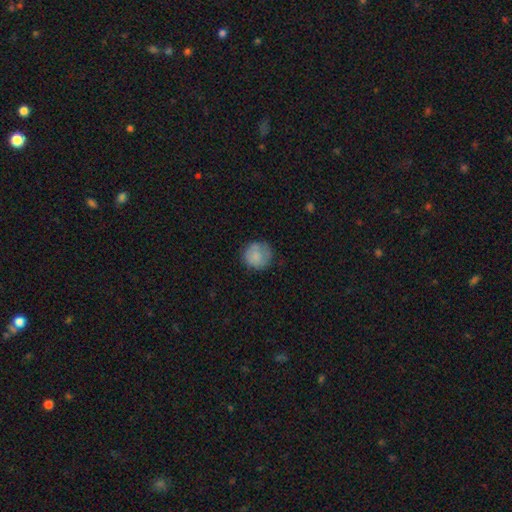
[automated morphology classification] This appears to be a smooth galaxy with no disk features (80%) that is round (91%). Merging: none (72%).